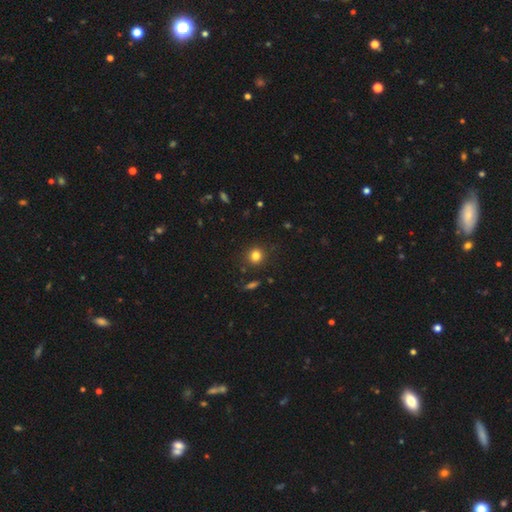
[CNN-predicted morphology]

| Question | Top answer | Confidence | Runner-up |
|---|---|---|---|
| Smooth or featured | smooth | 82% | star or artifact (13%) |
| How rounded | round | 86% | in between (13%) |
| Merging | none | 87% | minor disturbance (8%) |